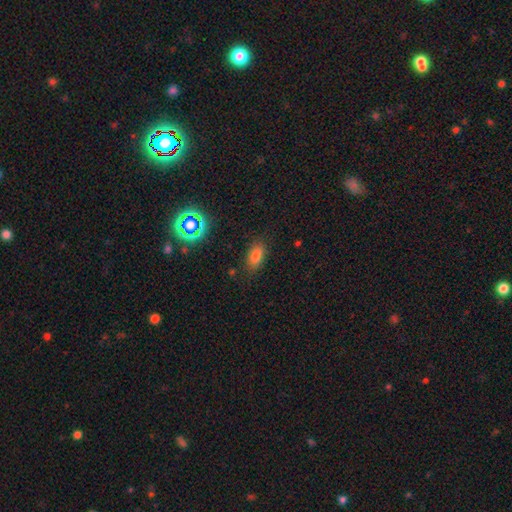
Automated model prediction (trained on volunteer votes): The model was most divided on "smooth or featured": smooth: 77%, star or artifact: 14%, featured or disk: 9%. More confident: how rounded — in between (86%); merging — none (82%).